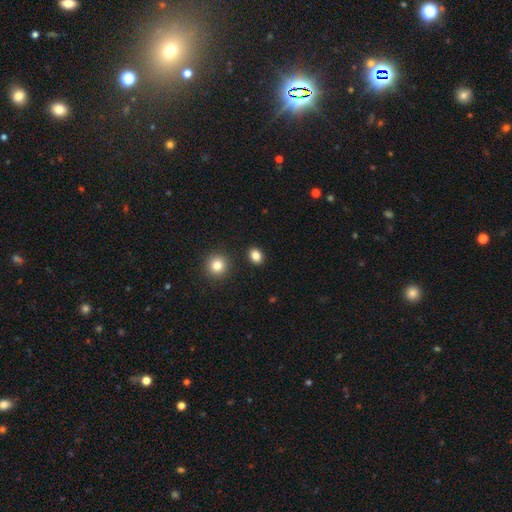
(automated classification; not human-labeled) Smooth or featured? Predicted: smooth (p=0.84). How rounded? Predicted: in between (p=0.55). Merging? Predicted: none (p=0.89).